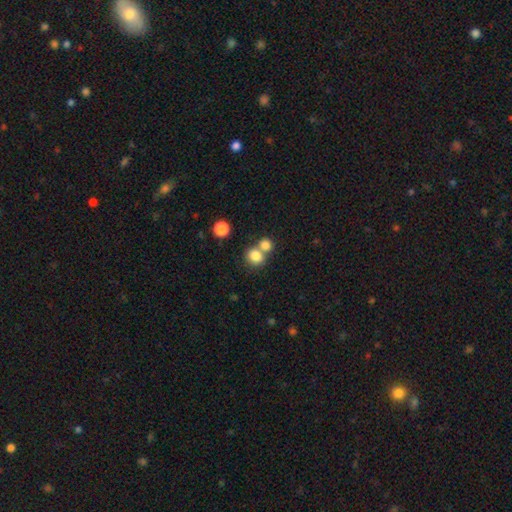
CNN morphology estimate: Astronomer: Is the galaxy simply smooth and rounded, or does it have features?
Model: smooth — 81%.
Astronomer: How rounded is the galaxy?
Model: round — 68%.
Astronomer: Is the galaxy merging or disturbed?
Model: merger — 47% (runner-up: none, 43%).